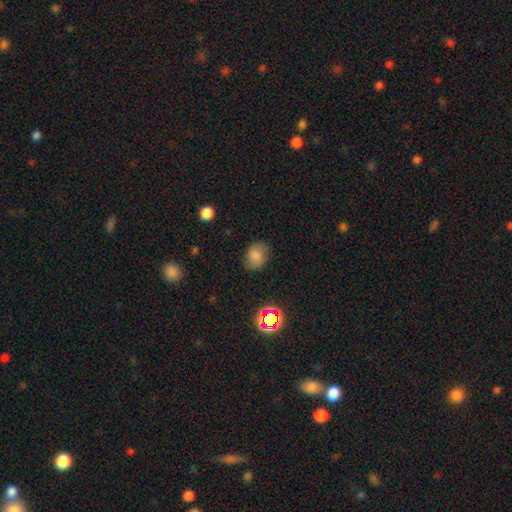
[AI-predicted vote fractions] This appears to be a smooth galaxy with no disk features (72%) that is in between round and cigar-shaped (59%). Merging: none (77%).